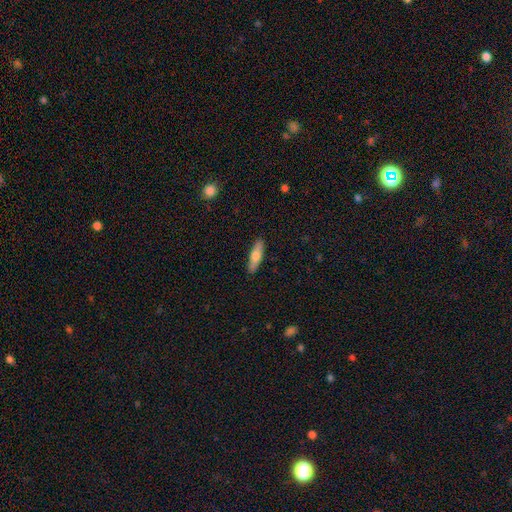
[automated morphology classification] Overall: smooth (68%). How rounded: cigar-shaped (63%; in between 35%). Merging: none (89%).